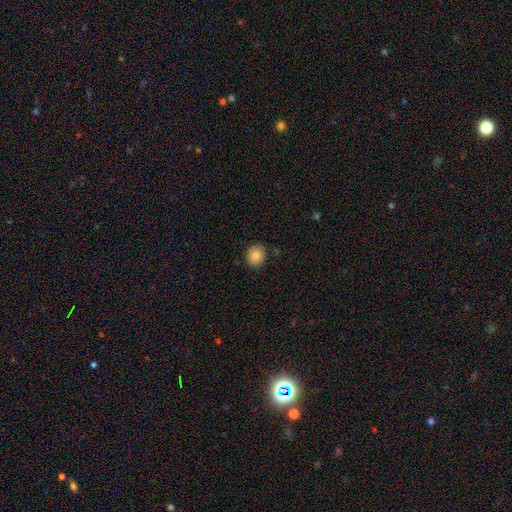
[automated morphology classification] Q: Smooth or featured?
A: smooth (86%); runner-up: star or artifact (9%)
Q: How rounded?
A: round (73%); runner-up: in between (26%)
Q: Merging?
A: none (85%); runner-up: minor disturbance (11%)